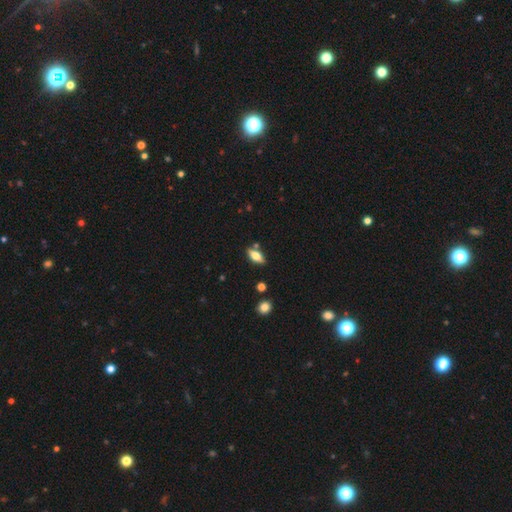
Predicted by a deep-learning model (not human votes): smooth-or-featured: smooth: 58% | featured or disk: 35% | star or artifact: 7%
  how-rounded: in between: 77% | cigar-shaped: 20% | round: 3%
  merging: none: 78% | minor disturbance: 12% | merger: 7% | major disturbance: 3%